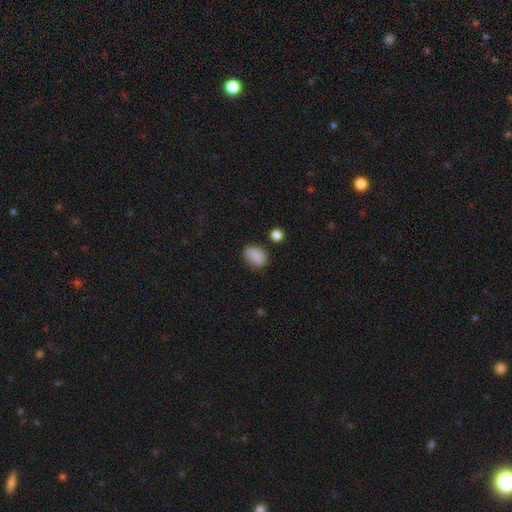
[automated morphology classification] Smooth or featured: smooth — 82% (star or artifact — 9%)
How rounded: in between — 71% (round — 27%)
Merging: none — 70% (minor disturbance — 21%)